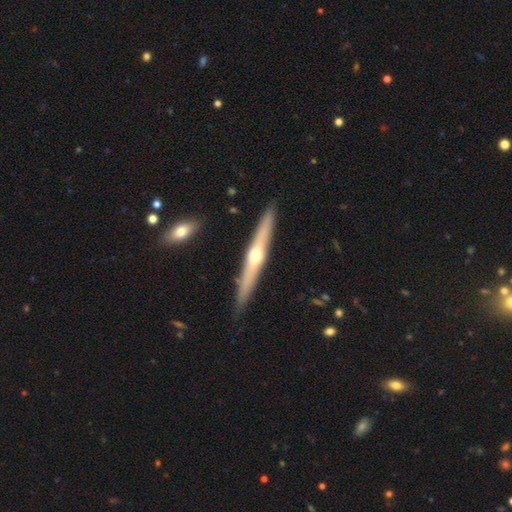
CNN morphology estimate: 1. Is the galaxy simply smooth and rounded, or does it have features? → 63% featured or disk, 32% smooth, 6% star or artifact.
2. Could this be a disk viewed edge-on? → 95% yes, 5% no.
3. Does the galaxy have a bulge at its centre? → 88% rounded, 9% none, 3% boxy.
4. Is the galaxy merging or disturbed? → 89% none, 8% minor disturbance, 2% major disturbance, 2% merger.